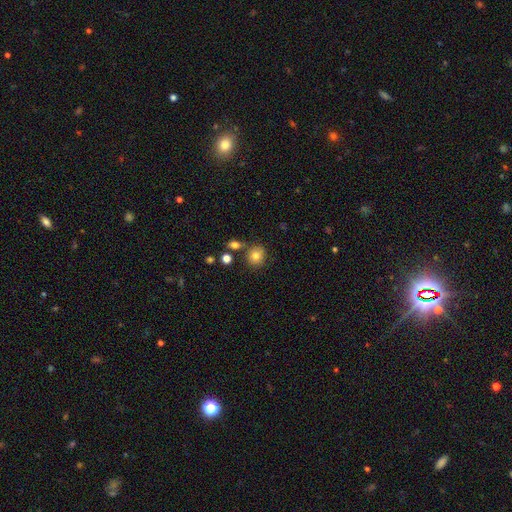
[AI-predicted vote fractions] Q: Smooth or featured?
A: smooth (80%); runner-up: star or artifact (12%)
Q: How rounded?
A: round (82%); runner-up: in between (17%)
Q: Merging?
A: none (77%); runner-up: minor disturbance (10%)